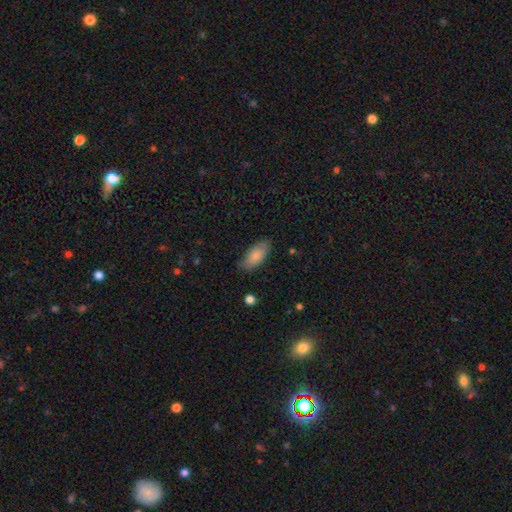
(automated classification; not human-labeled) Smooth or featured? smooth (82%)
How rounded? in between (87%)
Merging? none (79%)